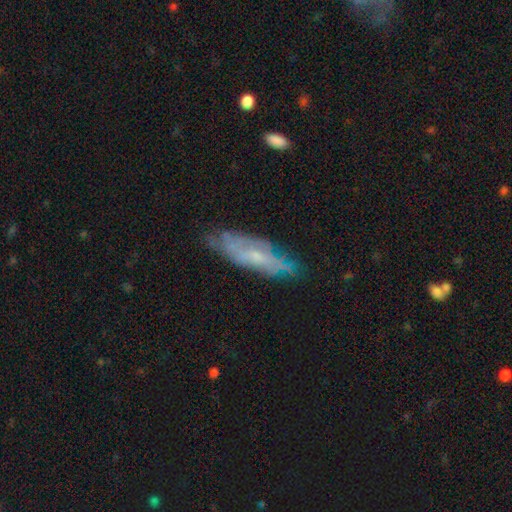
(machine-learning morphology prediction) A featured or disk galaxy (60%). Merging: none (70%).